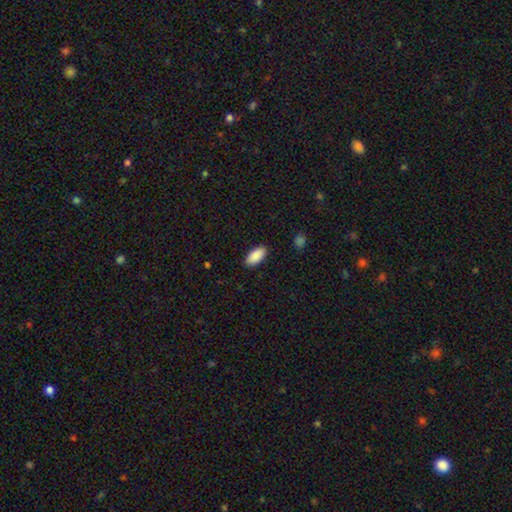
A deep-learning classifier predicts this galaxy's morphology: Q: Smooth or featured?
A: smooth (90%); runner-up: star or artifact (6%)
Q: How rounded?
A: in between (93%); runner-up: cigar-shaped (6%)
Q: Merging?
A: none (89%); runner-up: minor disturbance (8%)